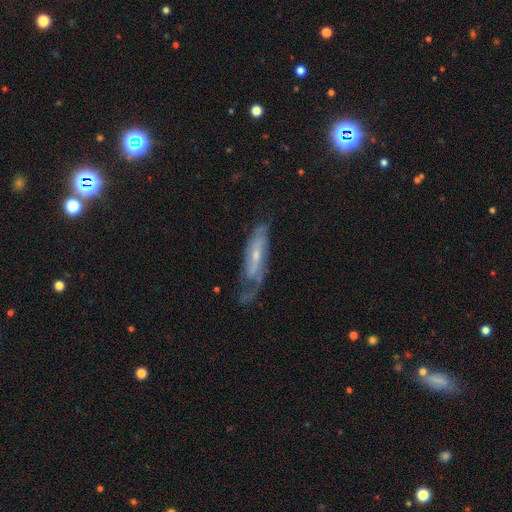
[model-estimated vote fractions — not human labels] A featured or disk galaxy (75%) with no bar (46%), 2 (45%) tight (41%) spiral arms (87%) and a small central bulge (62%).

Vote fractions:
- Smooth or featured? featured or disk: 75% / smooth: 18% / star or artifact: 7%
- Edge-on disk? no: 78% / yes: 22%
- Bar? no: 46% / weak: 38% / strong: 16%
- Spiral arms? yes: 87% / no: 13%
- Spiral winding? tight: 41% / medium: 40% / loose: 19%
- Spiral arm count? 2: 45% / can't tell: 34% / 1: 10% / 3: 7% / 4: 3% / more than 4: 2%
- Bulge size? small: 62% / moderate: 31% / none: 4% / large: 2% / dominant: 1%
- Merging? none: 52% / minor disturbance: 26% / major disturbance: 20% / merger: 3%